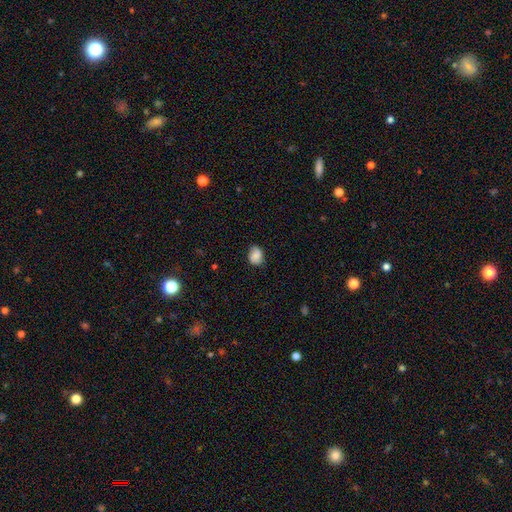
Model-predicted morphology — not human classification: smooth_or_featured: smooth (p=0.74) [alt: featured or disk p=0.16]
how_rounded: in between (p=0.51) [alt: round p=0.48]
merging: none (p=0.73) [alt: minor disturbance p=0.21]